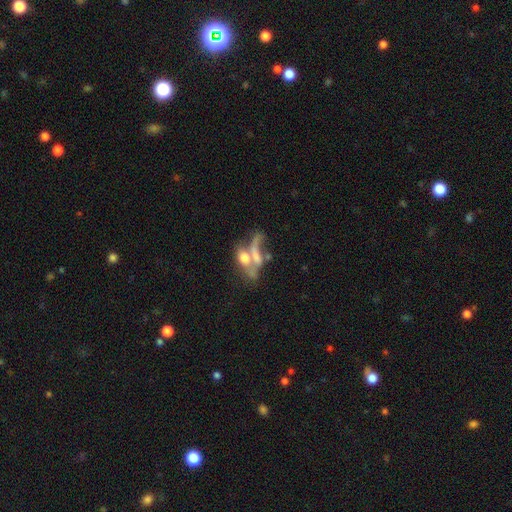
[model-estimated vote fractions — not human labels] This is marginally a featured or disk galaxy (44%, tied with smooth). Merging: possibly merger (58%).